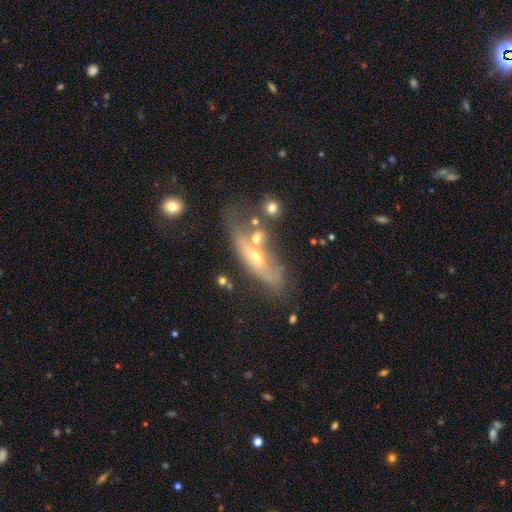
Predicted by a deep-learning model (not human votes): A featured or disk galaxy (63%).

Vote fractions:
- Smooth or featured? featured or disk: 63% / smooth: 28% / star or artifact: 9%
- Edge-on disk? no: 58% / yes: 42%
- Merging? none: 42% / minor disturbance: 22% / merger: 21% / major disturbance: 16%